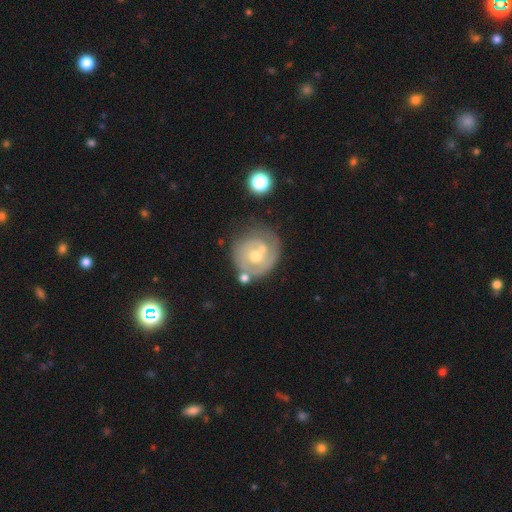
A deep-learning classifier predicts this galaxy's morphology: Overall: featured or disk (67%). Edge-on disk: no (97%). Bar: no (78%). Spiral arms: yes (67%; no 33%). Bulge size: moderate (60%; small 34%). Merging: none (52%; minor disturbance 20%).